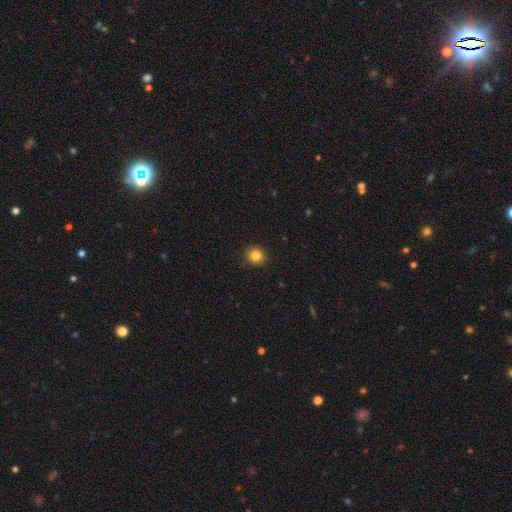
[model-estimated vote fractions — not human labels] smooth-or-featured: smooth: 84% | star or artifact: 11% | featured or disk: 5%
  how-rounded: round: 93% | in between: 6% | cigar-shaped: 1%
  merging: none: 92% | minor disturbance: 6% | major disturbance: 2% | merger: 1%